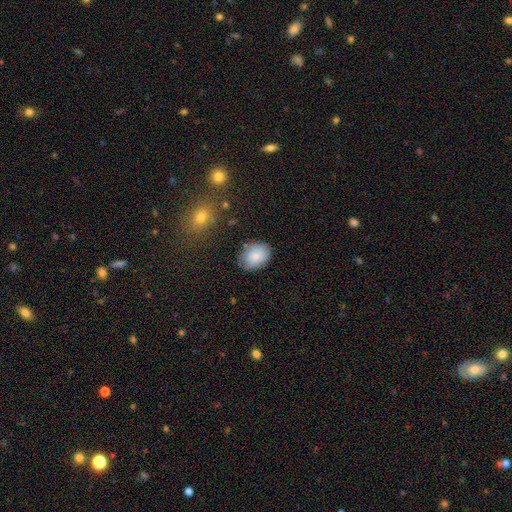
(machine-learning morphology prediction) The model was most divided on "how rounded": in between: 73%, round: 26%, cigar-shaped: 1%. More confident: smooth or featured — smooth (81%); merging — none (74%).